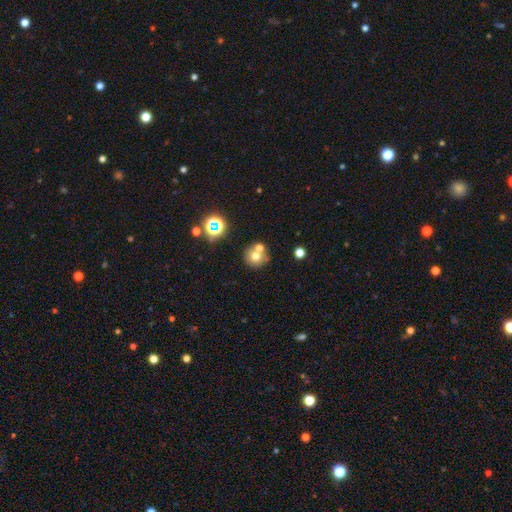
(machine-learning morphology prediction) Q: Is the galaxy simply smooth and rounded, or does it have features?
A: smooth — 66%.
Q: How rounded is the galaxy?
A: round — 90%.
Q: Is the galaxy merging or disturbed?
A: none — 55%.